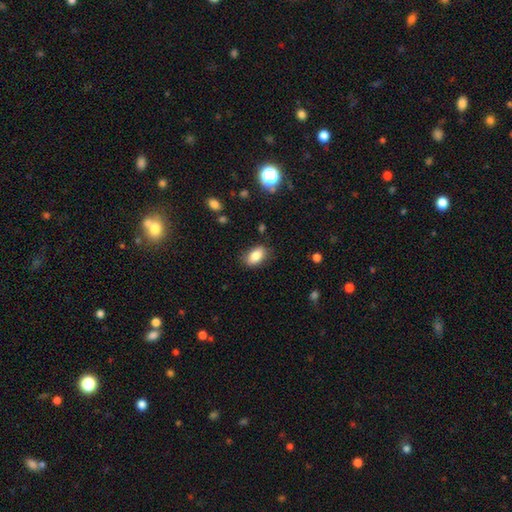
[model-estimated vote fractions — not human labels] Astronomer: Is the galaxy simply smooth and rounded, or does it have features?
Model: smooth — 85%.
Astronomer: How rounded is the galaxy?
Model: in between — 90%.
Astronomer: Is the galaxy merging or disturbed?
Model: none — 83%.